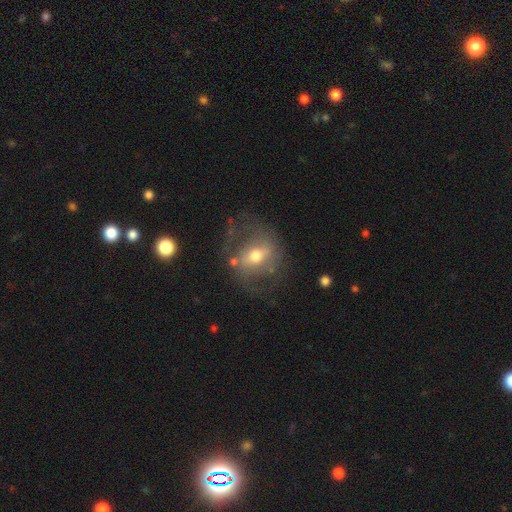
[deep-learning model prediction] Q: Smooth or featured?
A: featured or disk (67%); runner-up: smooth (25%)
Q: Edge-on disk?
A: no (92%); runner-up: yes (8%)
Q: Bar?
A: weak (40%); runner-up: strong (37%)
Q: Spiral arms?
A: yes (60%); runner-up: no (40%)
Q: Bulge size?
A: moderate (70%); runner-up: small (20%)
Q: Merging?
A: none (61%); runner-up: minor disturbance (20%)